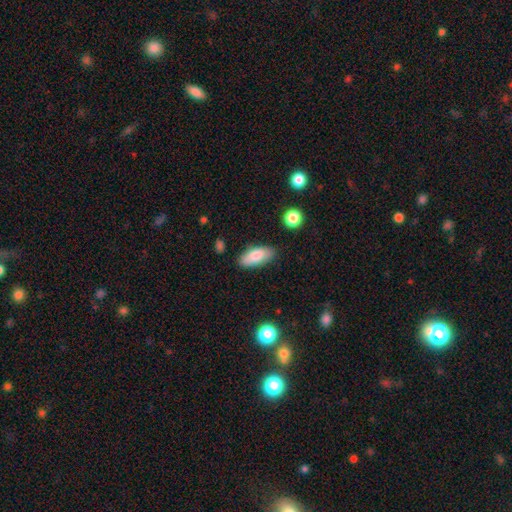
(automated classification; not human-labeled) Smooth or featured?
  - smooth: 81% *
  - featured or disk: 12%
  - star or artifact: 7%
How rounded?
  - in between: 84% *
  - cigar-shaped: 13%
  - round: 2%
Merging?
  - none: 83% *
  - minor disturbance: 13%
  - major disturbance: 3%
  - merger: 2%